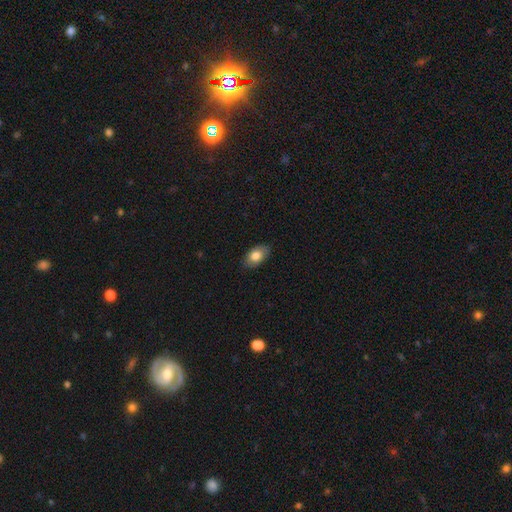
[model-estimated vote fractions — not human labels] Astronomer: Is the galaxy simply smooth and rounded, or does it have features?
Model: smooth — 81%.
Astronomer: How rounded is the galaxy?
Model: in between — 91%.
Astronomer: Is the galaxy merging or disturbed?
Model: none — 84%.